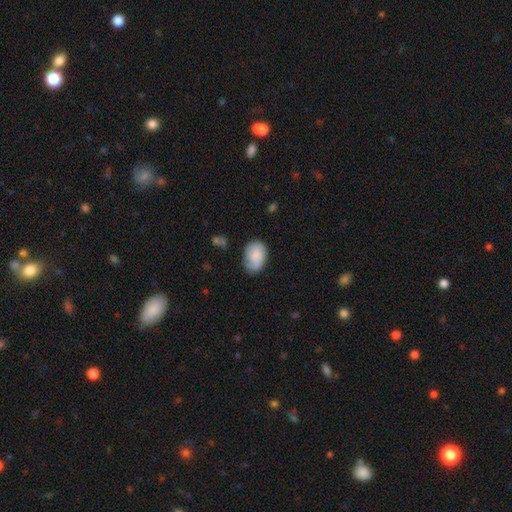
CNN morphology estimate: Overall: smooth (78%). How rounded: in between (80%). Merging: none (62%; minor disturbance 28%).